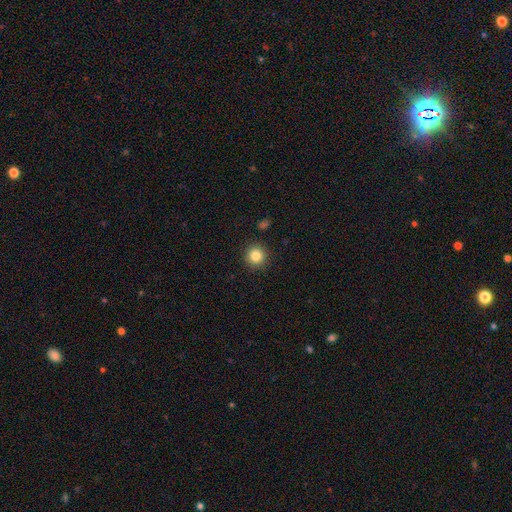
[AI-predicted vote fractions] smooth 85%, star or artifact 10%, featured or disk 5%. Down the decision tree: how rounded — round (93%); merging — none (90%).